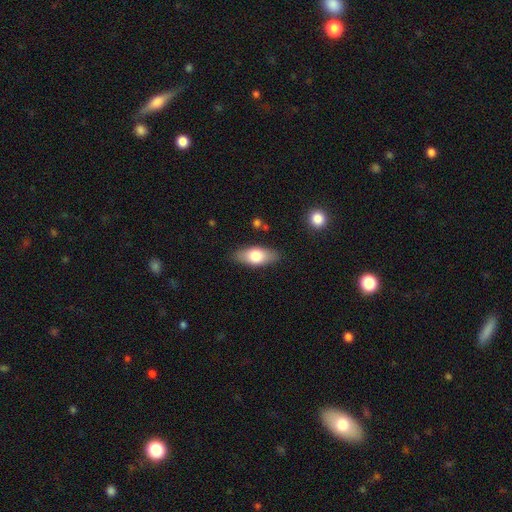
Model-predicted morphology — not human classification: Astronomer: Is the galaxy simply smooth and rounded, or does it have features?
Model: smooth — 72%.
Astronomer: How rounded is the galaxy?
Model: in between — 85%.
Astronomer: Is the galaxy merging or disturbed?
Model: none — 85%.